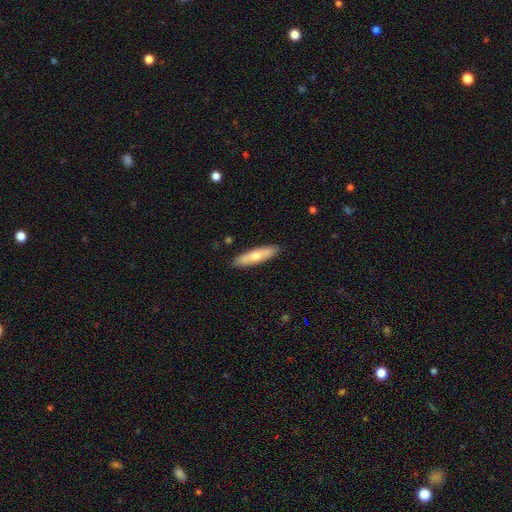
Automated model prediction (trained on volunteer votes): This appears to be a smooth galaxy with no disk features (66%) that is cigar-shaped (75%). Merging: none (89%).